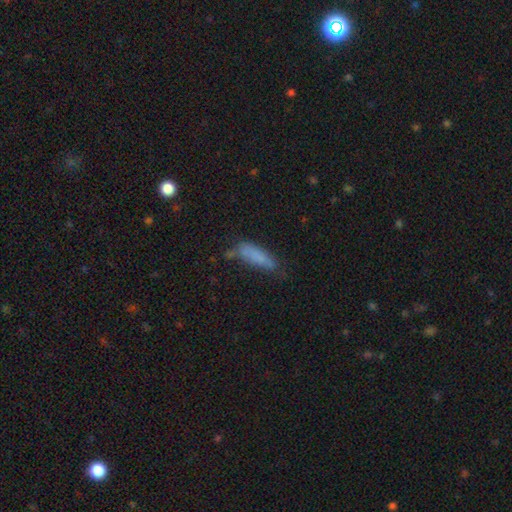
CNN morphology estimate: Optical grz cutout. It shows a smooth galaxy with no disk features (76%) that is cigar-shaped (53%). Merging: none (53%).